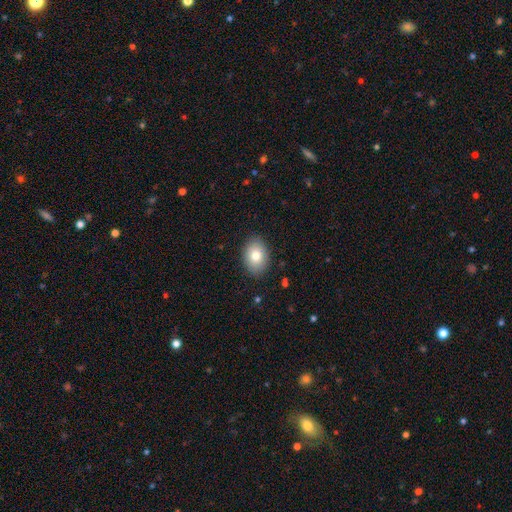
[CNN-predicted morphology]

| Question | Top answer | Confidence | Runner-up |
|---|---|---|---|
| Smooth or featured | smooth | 80% | featured or disk (12%) |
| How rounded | in between | 77% | round (22%) |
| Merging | none | 87% | minor disturbance (9%) |